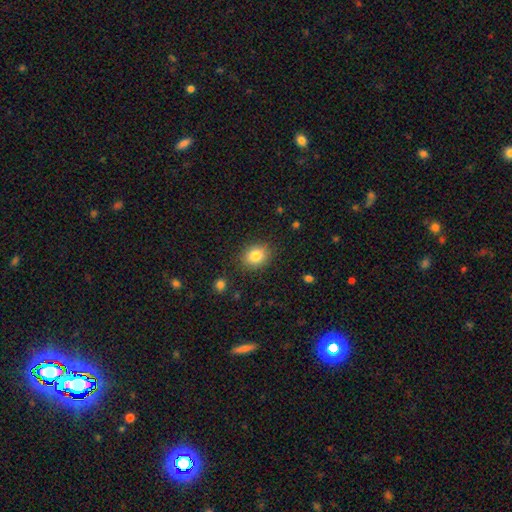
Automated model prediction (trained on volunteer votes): Smooth or featured? Predicted: smooth (p=0.83). How rounded? Predicted: round (p=0.55). Merging? Predicted: none (p=0.86).